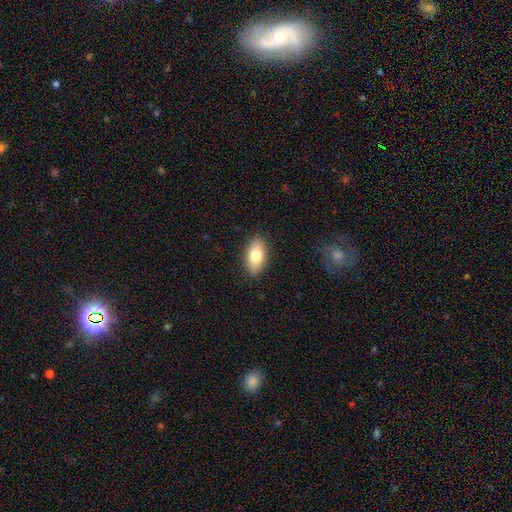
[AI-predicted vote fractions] Smooth or featured? smooth (78%)
How rounded? in between (91%)
Merging? none (88%)